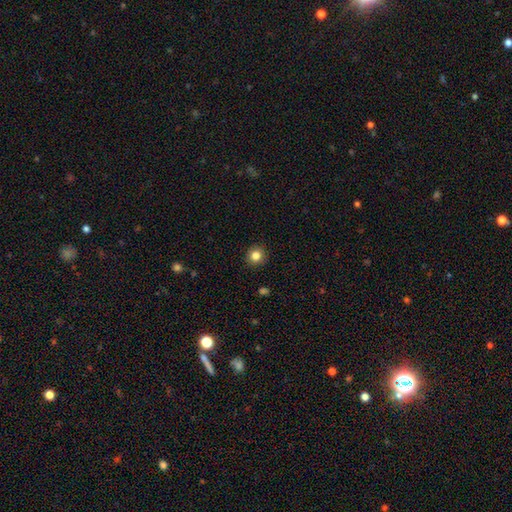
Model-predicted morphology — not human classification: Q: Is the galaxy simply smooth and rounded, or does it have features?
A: smooth — 83%.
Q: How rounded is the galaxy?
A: round — 91%.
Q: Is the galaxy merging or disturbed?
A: none — 92%.